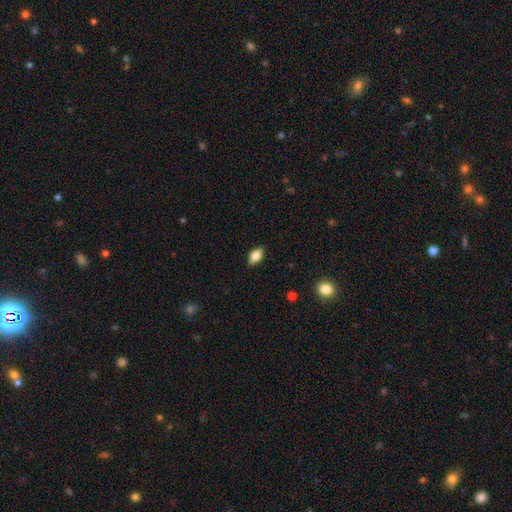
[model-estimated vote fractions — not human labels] Morphology: type=smooth (81%); roundness=in between (89%); merging=none (87%).